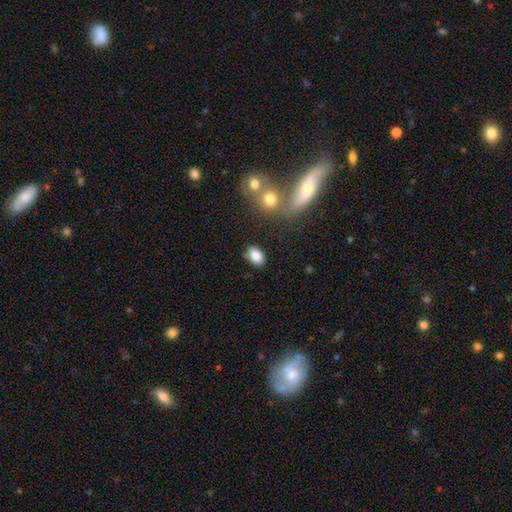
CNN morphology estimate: Smooth or featured?
  - smooth: 86% *
  - star or artifact: 8%
  - featured or disk: 6%
How rounded?
  - in between: 85% *
  - round: 14%
  - cigar-shaped: 1%
Merging?
  - none: 78% *
  - minor disturbance: 14%
  - merger: 4%
  - major disturbance: 4%